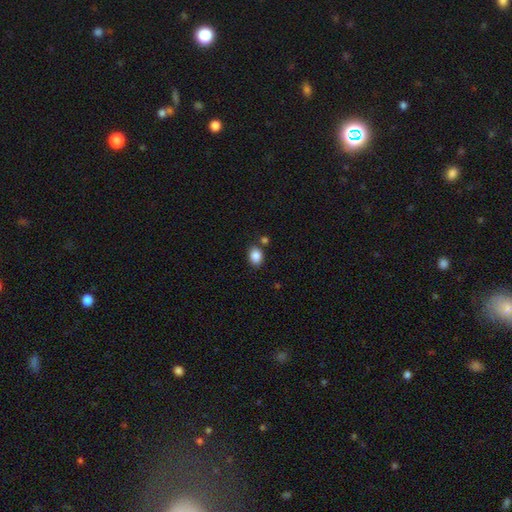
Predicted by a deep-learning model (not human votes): Q: Smooth or featured?
A: smooth (87%); runner-up: star or artifact (9%)
Q: How rounded?
A: in between (61%); runner-up: round (38%)
Q: Merging?
A: none (76%); runner-up: minor disturbance (11%)